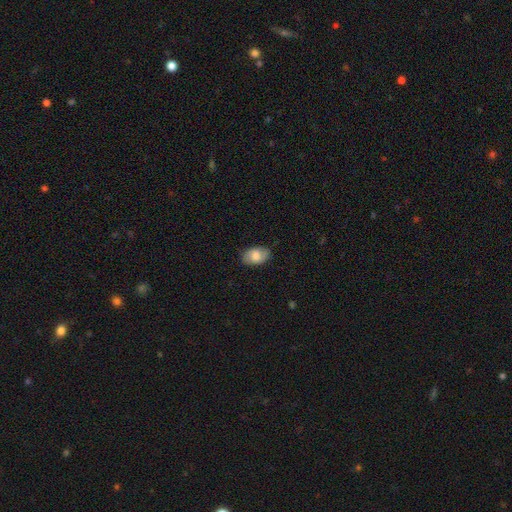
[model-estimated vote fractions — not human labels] Smooth or featured: smooth — 73% (featured or disk — 20%)
How rounded: in between — 90% (round — 8%)
Merging: none — 81% (minor disturbance — 15%)